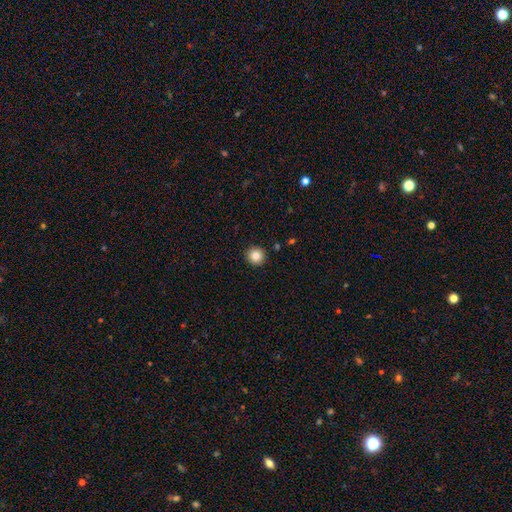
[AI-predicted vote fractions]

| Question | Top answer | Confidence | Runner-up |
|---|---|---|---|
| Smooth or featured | smooth | 84% | star or artifact (10%) |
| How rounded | round | 95% | in between (4%) |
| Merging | none | 92% | minor disturbance (5%) |